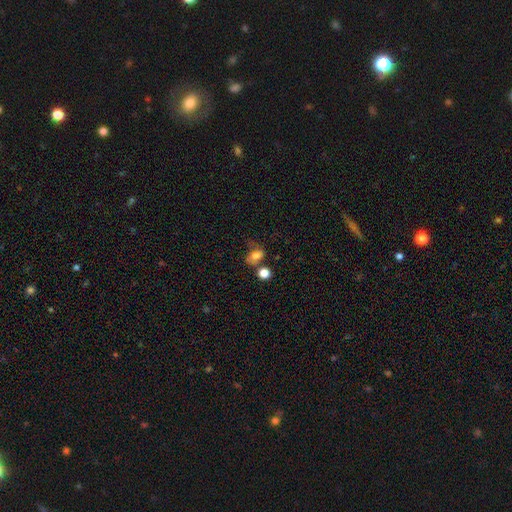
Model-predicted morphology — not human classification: Smooth or featured?
  - smooth: 70% *
  - featured or disk: 16%
  - star or artifact: 14%
How rounded?
  - in between: 69% *
  - round: 29%
  - cigar-shaped: 2%
Merging?
  - none: 36% *
  - minor disturbance: 24%
  - merger: 21%
  - major disturbance: 20%